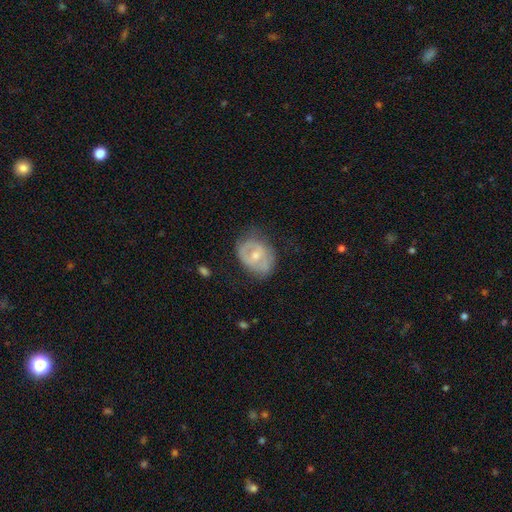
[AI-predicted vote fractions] Smooth or featured: featured or disk — 57% (smooth — 37%)
Edge-on disk: no — 95% (yes — 5%)
Bar: no — 53% (weak — 35%)
Spiral arms: no — 61% (yes — 39%)
Bulge size: moderate — 64% (small — 30%)
Merging: none — 59% (minor disturbance — 27%)